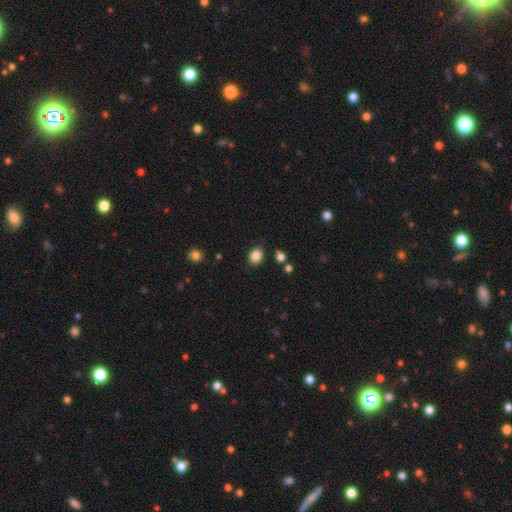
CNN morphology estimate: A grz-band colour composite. It shows a smooth galaxy with no disk features (86%) that is round (55%). Merging: none (85%).